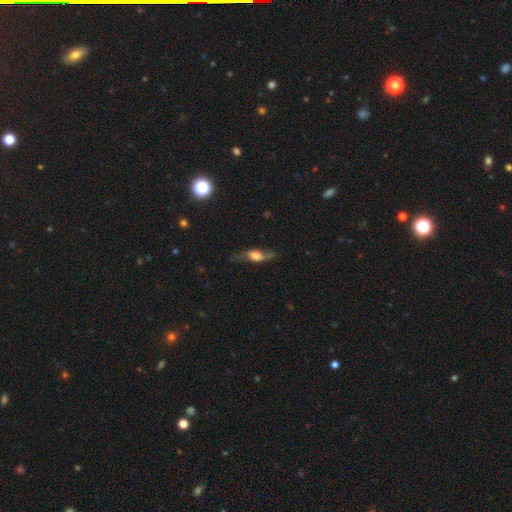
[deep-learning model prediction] A featured or disk galaxy (58%) viewed edge-on (54%). Merging: none (65%).